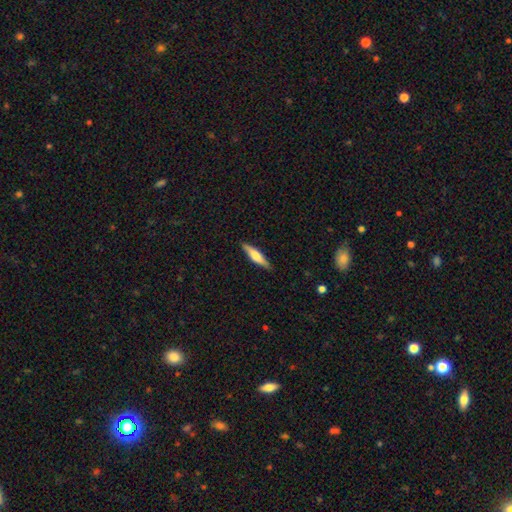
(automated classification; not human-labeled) Q: Smooth or featured?
A: smooth (51%); runner-up: featured or disk (43%)
Q: How rounded?
A: cigar-shaped (79%); runner-up: in between (19%)
Q: Merging?
A: none (88%); runner-up: minor disturbance (9%)